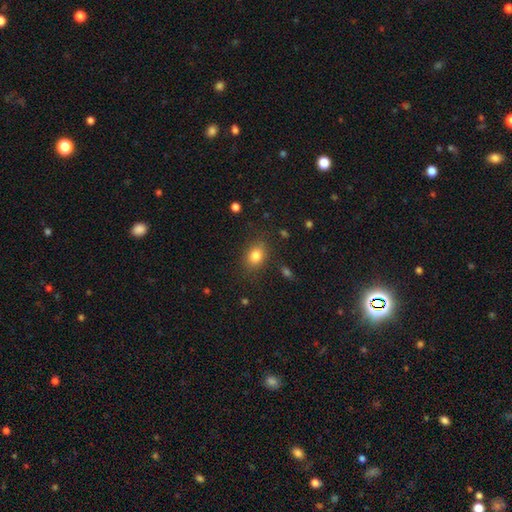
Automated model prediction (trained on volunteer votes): Smooth or featured: smooth — 81% (star or artifact — 11%)
How rounded: in between — 63% (round — 36%)
Merging: none — 81% (minor disturbance — 13%)